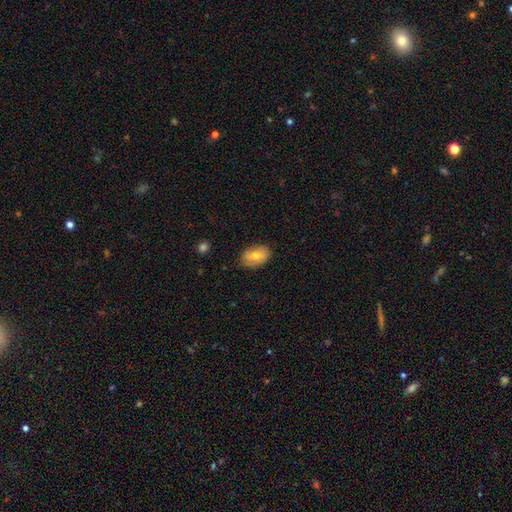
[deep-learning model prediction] A smooth galaxy with no disk features (69%) that is in between round and cigar-shaped (86%). Merging: none (78%).